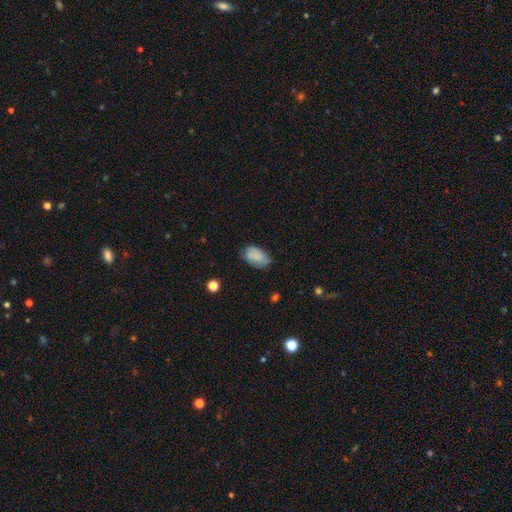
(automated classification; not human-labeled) This is likely a smooth galaxy (76%). How rounded: clearly in between (92%). Merging: likely none (62%).